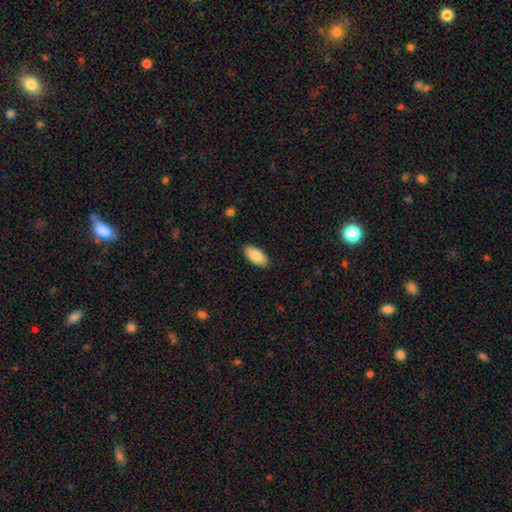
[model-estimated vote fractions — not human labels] This appears to be a smooth galaxy with no disk features (83%) that is in between round and cigar-shaped (94%). Merging: none (88%).